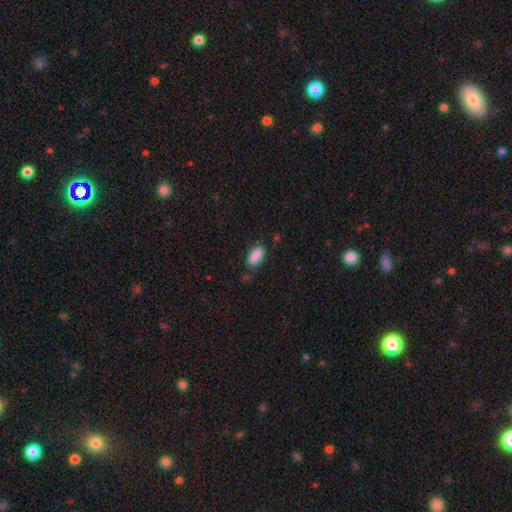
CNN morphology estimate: This appears to be a smooth galaxy with no disk features (89%) that is in between round and cigar-shaped (87%). Merging: none (77%).